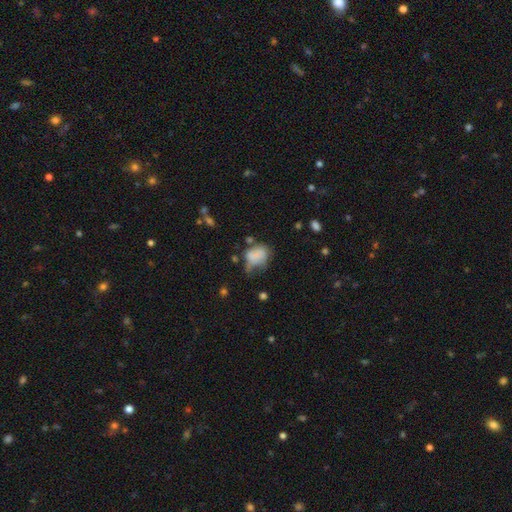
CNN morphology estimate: Smooth or featured: smooth — 74% (featured or disk — 16%)
How rounded: in between — 70% (round — 29%)
Merging: minor disturbance — 34% (none — 28%)